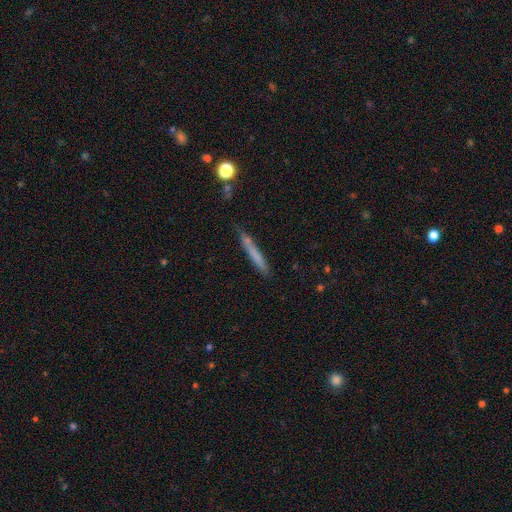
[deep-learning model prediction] This appears to be a smooth galaxy with no disk features (69%) that is cigar-shaped (95%). Merging: none (72%).